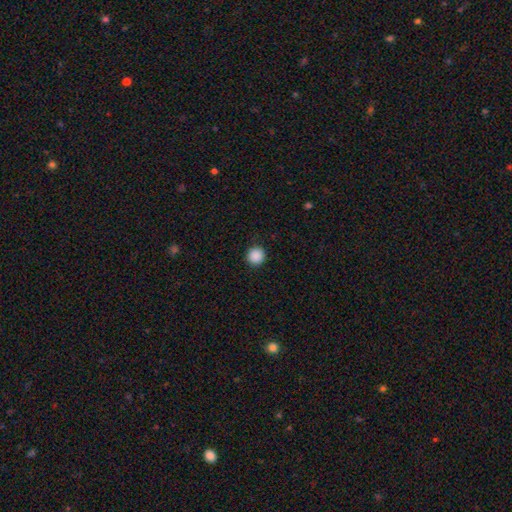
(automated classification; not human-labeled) Q: Smooth or featured?
A: smooth (89%); runner-up: star or artifact (9%)
Q: How rounded?
A: round (95%); runner-up: in between (4%)
Q: Merging?
A: none (93%); runner-up: minor disturbance (5%)